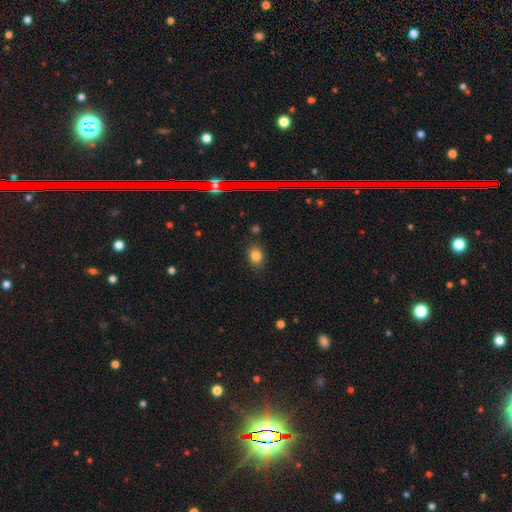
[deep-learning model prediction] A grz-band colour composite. It shows a smooth galaxy with no disk features (80%) that is in between round and cigar-shaped (55%). Merging: none (84%).